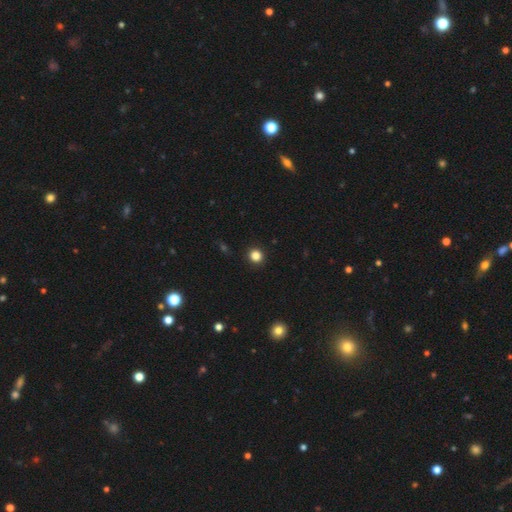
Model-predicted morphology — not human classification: Smooth or featured? Predicted: smooth (p=0.84). How rounded? Predicted: round (p=0.90). Merging? Predicted: none (p=0.92).